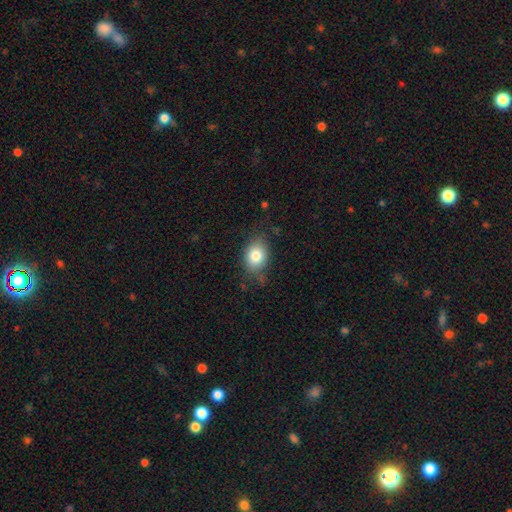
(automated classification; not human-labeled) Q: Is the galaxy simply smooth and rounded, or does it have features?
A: smooth — 81%.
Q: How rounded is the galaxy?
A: in between — 65%.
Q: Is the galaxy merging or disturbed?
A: none — 73%.